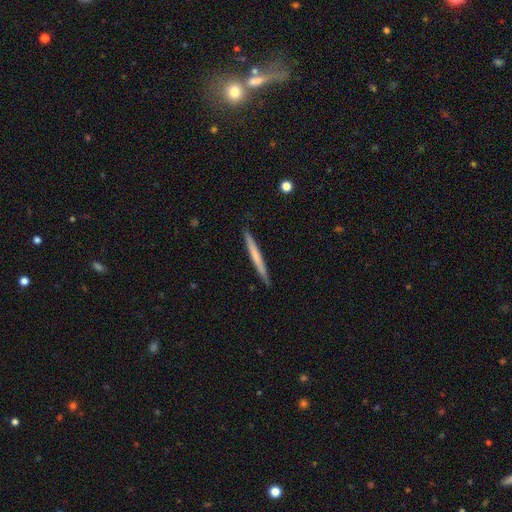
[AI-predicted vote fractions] Q: Smooth or featured?
A: smooth (59%); runner-up: featured or disk (36%)
Q: How rounded?
A: cigar-shaped (97%); runner-up: in between (2%)
Q: Merging?
A: none (91%); runner-up: minor disturbance (7%)